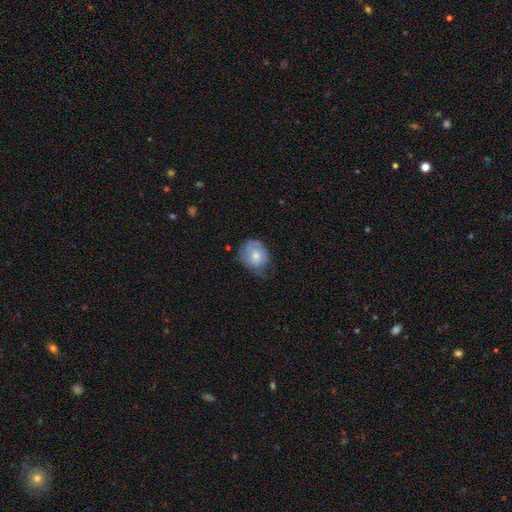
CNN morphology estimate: Overall: smooth (64%; featured or disk 29%). How rounded: round (61%; in between 39%). Merging: none (46%; minor disturbance 39%).